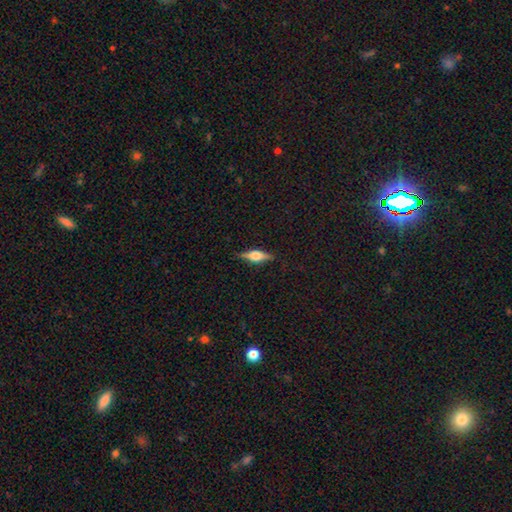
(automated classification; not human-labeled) Smooth or featured: featured or disk — 63% (smooth — 29%)
Edge-on disk: yes — 96% (no — 4%)
Edge-on bulge: rounded — 91% (boxy — 8%)
Merging: none — 86% (minor disturbance — 10%)